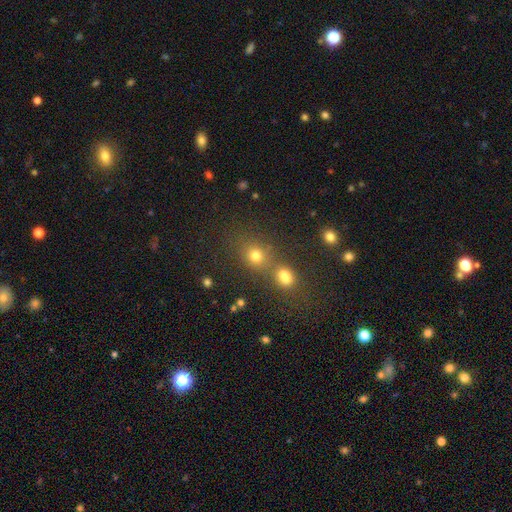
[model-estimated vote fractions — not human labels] Q: Smooth or featured?
A: smooth (72%); runner-up: star or artifact (19%)
Q: How rounded?
A: round (70%); runner-up: in between (28%)
Q: Merging?
A: none (58%); runner-up: merger (28%)